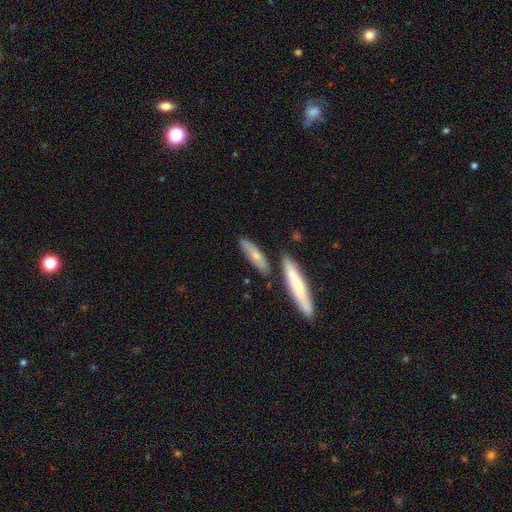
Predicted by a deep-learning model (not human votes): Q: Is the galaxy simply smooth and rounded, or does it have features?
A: smooth — 62%.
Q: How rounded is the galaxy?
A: cigar-shaped — 66%.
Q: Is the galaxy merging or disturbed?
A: none — 69%.